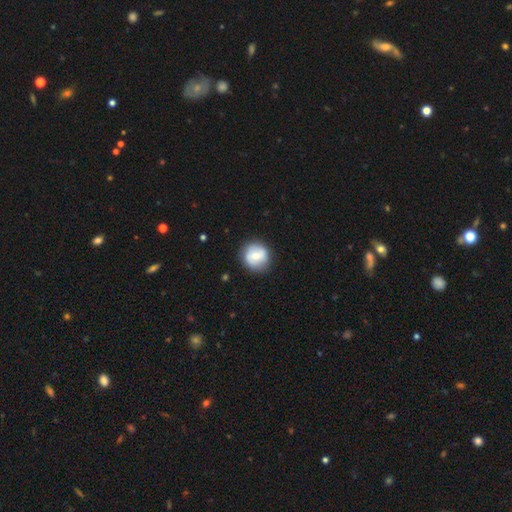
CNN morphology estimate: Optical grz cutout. It shows a smooth galaxy with no disk features (57%) that is round (92%). Merging: none (84%).